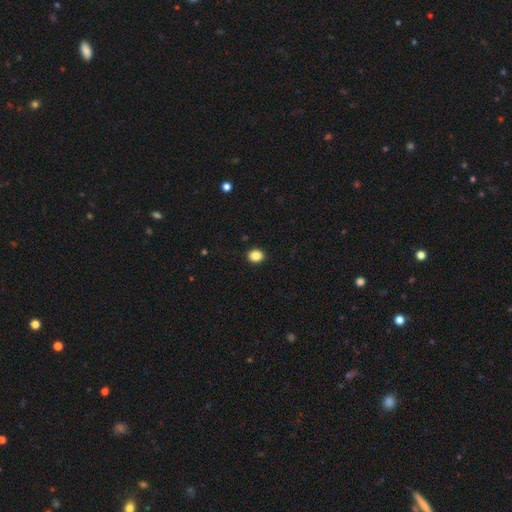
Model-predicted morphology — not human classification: smooth 86%, star or artifact 10%, featured or disk 4%. Down the decision tree: how rounded — round (65%); merging — none (92%).